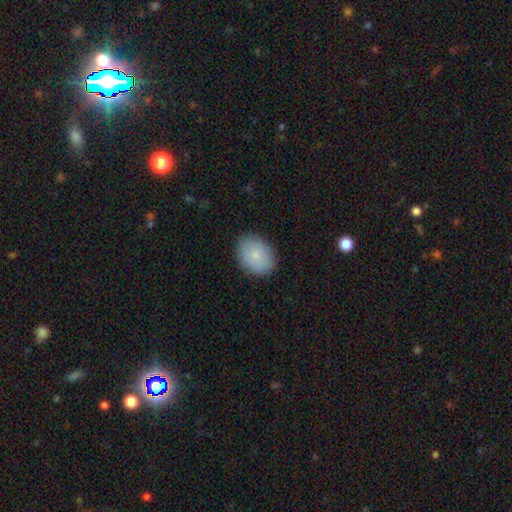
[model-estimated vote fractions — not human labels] Smooth or featured: smooth — 84% (featured or disk — 9%)
How rounded: in between — 66% (round — 33%)
Merging: none — 87% (minor disturbance — 10%)